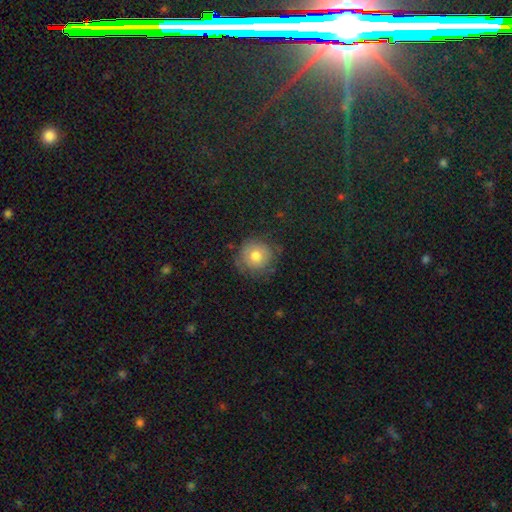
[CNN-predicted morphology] Overall: smooth (68%). How rounded: round (92%). Merging: none (74%).